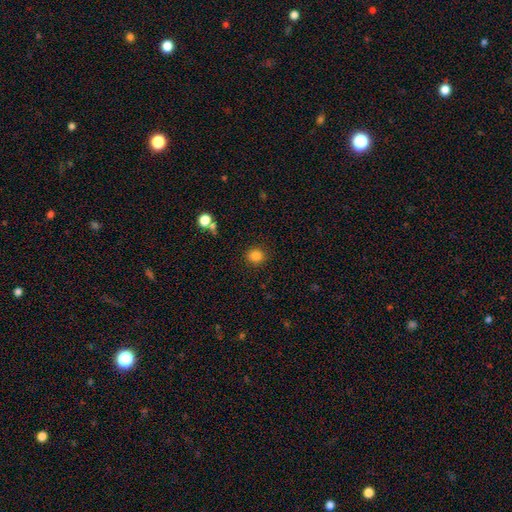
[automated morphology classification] smooth 84%, star or artifact 11%, featured or disk 4%. Down the decision tree: how rounded — round (84%); merging — none (88%).